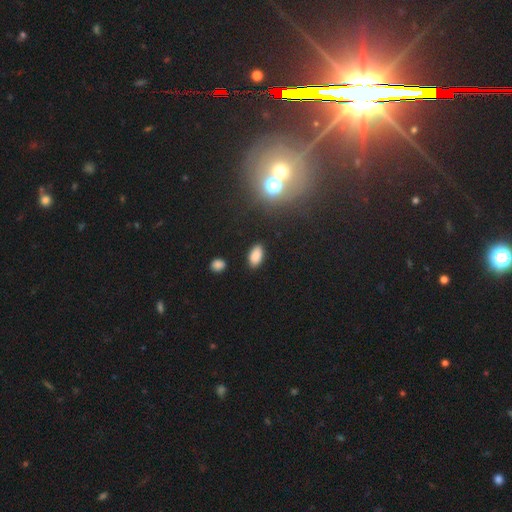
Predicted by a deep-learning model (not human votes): smooth-or-featured: smooth: 85% | star or artifact: 10% | featured or disk: 5%
  how-rounded: in between: 93% | round: 4% | cigar-shaped: 3%
  merging: none: 87% | minor disturbance: 9% | major disturbance: 2% | merger: 2%